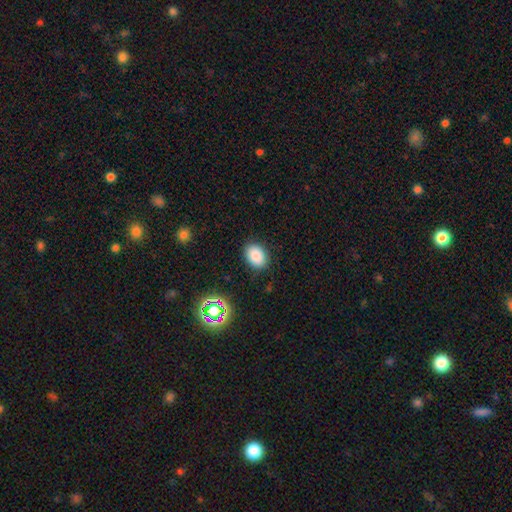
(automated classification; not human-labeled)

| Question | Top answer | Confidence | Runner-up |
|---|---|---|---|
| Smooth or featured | smooth | 84% | star or artifact (11%) |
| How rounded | in between | 75% | round (24%) |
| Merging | none | 87% | minor disturbance (9%) |